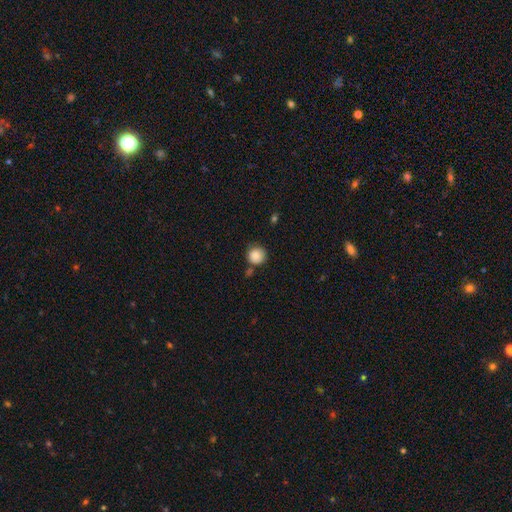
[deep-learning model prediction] Smooth or featured?
  - smooth: 85% *
  - star or artifact: 9%
  - featured or disk: 6%
How rounded?
  - round: 93% *
  - in between: 6%
  - cigar-shaped: 1%
Merging?
  - none: 74% *
  - minor disturbance: 15%
  - merger: 8%
  - major disturbance: 3%